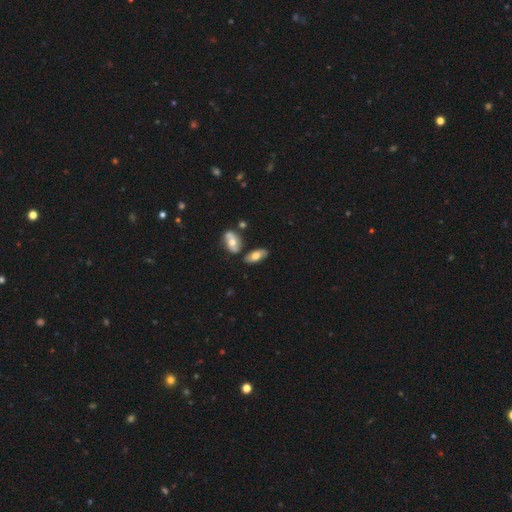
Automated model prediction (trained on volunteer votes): The model was most divided on "smooth or featured": smooth: 64%, featured or disk: 29%, star or artifact: 7%. More confident: how rounded — in between (89%); merging — none (68%).